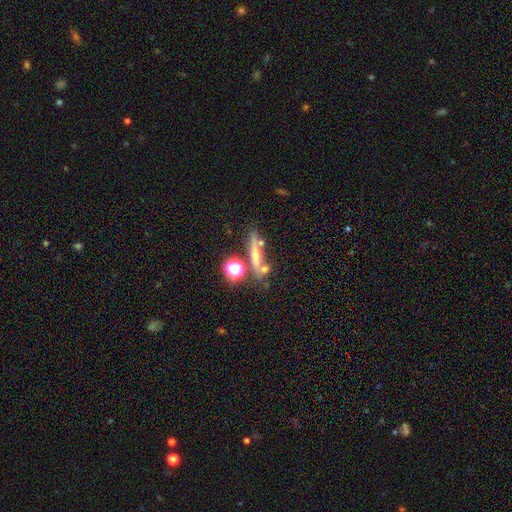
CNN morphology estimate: type=featured or disk (46%); merging=none (62%).